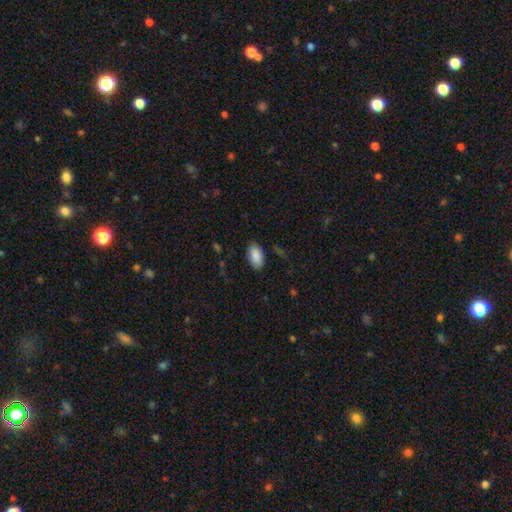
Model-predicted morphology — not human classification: Smooth or featured: smooth — 89% (star or artifact — 6%)
How rounded: in between — 95% (round — 3%)
Merging: none — 84% (minor disturbance — 12%)